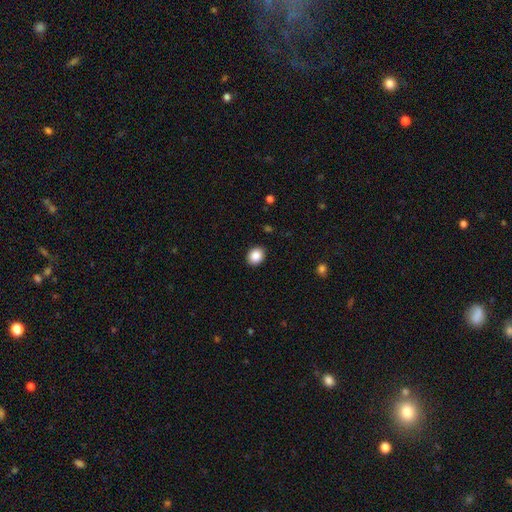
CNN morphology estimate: A smooth galaxy with no disk features (89%) that is round (54%). Merging: none (90%).